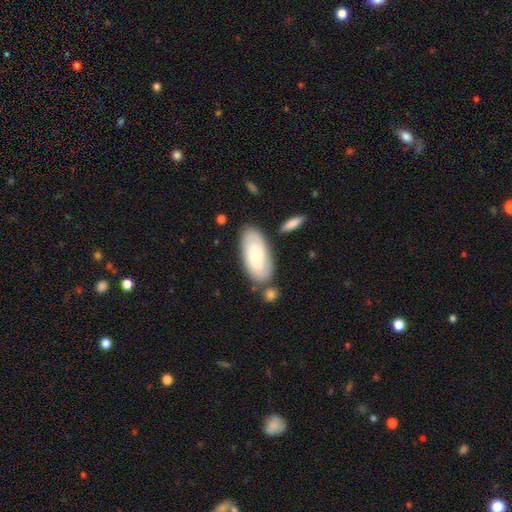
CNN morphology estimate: This is possibly a smooth galaxy (53%). How rounded: clearly in between (90%). Merging: likely none (71%).